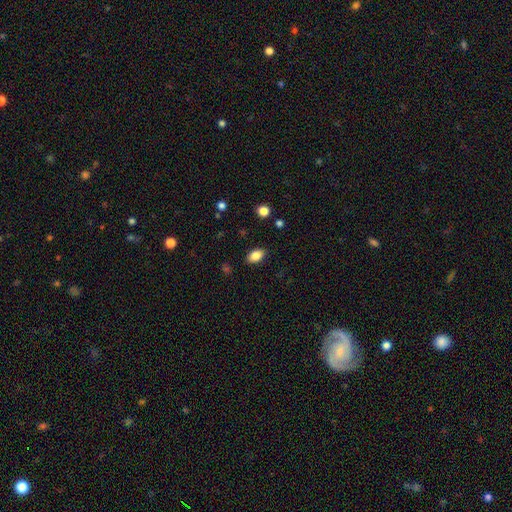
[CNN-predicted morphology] Smooth or featured? Predicted: smooth (p=0.84). How rounded? Predicted: in between (p=0.89). Merging? Predicted: none (p=0.87).